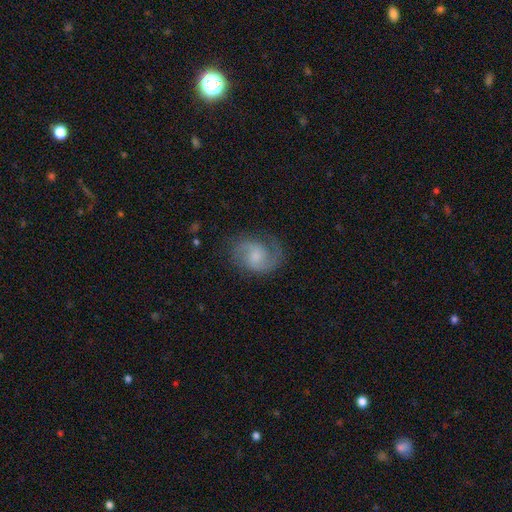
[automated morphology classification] The model was most divided on "bulge size": small: 40%, moderate: 35%, none: 16%, large: 7%, dominant: 2%. More confident: edge-on disk — no (98%); spiral arms — yes (96%); spiral arm count — 2 (83%); smooth or featured — featured or disk (79%); merging — none (72%); bar — no (56%); spiral winding — medium (54%).